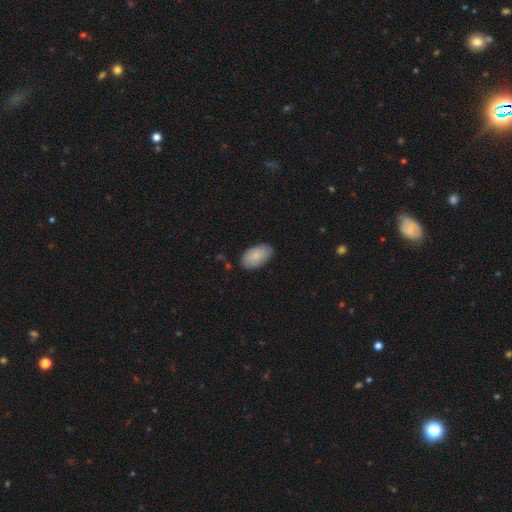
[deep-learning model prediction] smooth-or-featured: smooth: 86% | featured or disk: 9% | star or artifact: 6%
  how-rounded: in between: 95% | round: 4% | cigar-shaped: 1%
  merging: none: 83% | minor disturbance: 14% | major disturbance: 2% | merger: 1%